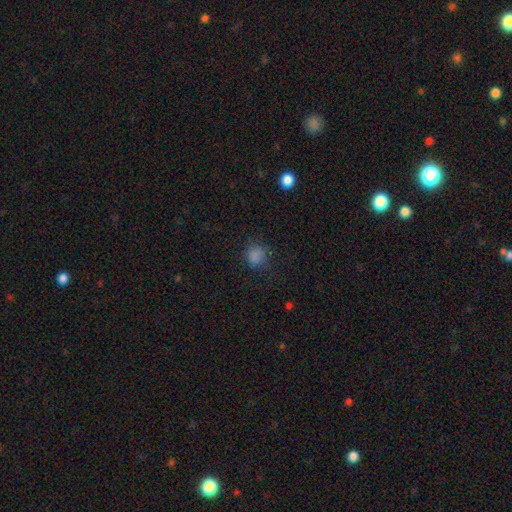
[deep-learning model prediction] smooth 80%, star or artifact 16%, featured or disk 5%. Down the decision tree: how rounded — round (80%); merging — none (77%).